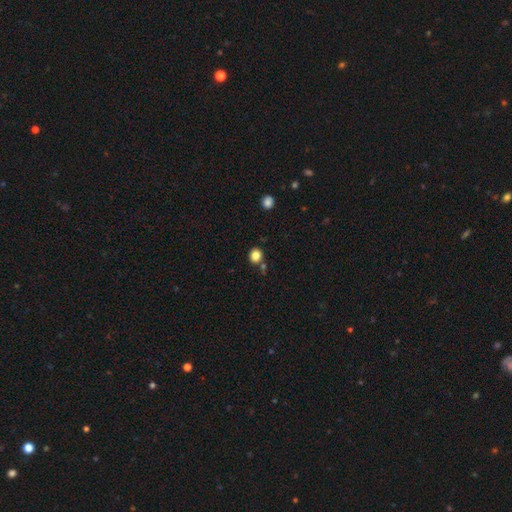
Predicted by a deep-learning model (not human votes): Q: Smooth or featured?
A: smooth (84%); runner-up: star or artifact (11%)
Q: How rounded?
A: round (79%); runner-up: in between (20%)
Q: Merging?
A: none (79%); runner-up: minor disturbance (10%)